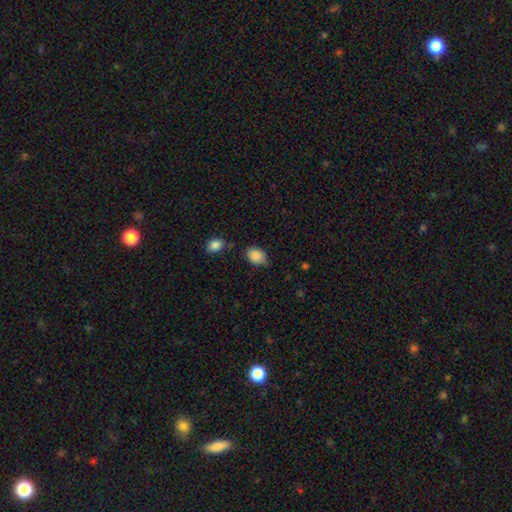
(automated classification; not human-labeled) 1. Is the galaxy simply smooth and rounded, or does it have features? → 87% smooth, 8% star or artifact, 5% featured or disk.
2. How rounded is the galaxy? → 70% in between, 29% round, 1% cigar-shaped.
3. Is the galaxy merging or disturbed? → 66% none, 26% minor disturbance, 5% major disturbance, 4% merger.